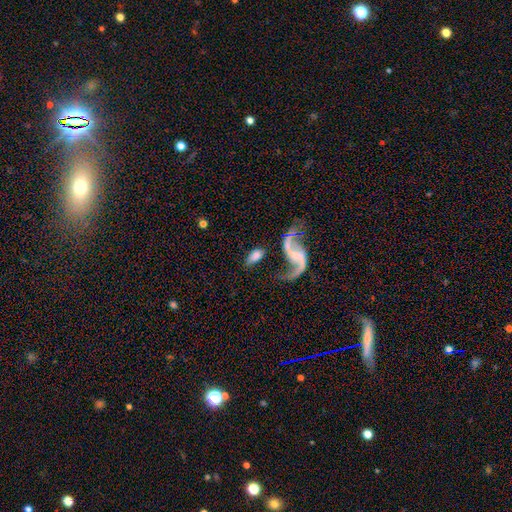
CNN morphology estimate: smooth-or-featured: featured or disk: 57% | smooth: 36% | star or artifact: 7%
  disk-edge-on: no: 93% | yes: 7%
    bar: no: 46% | weak: 38% | strong: 17%
    has-spiral-arms: yes: 82% | no: 18%
    bulge-size: none: 38% | small: 33% | moderate: 16% | large: 10% | dominant: 4%
  merging: none: 53% | minor disturbance: 18% | major disturbance: 15% | merger: 14%